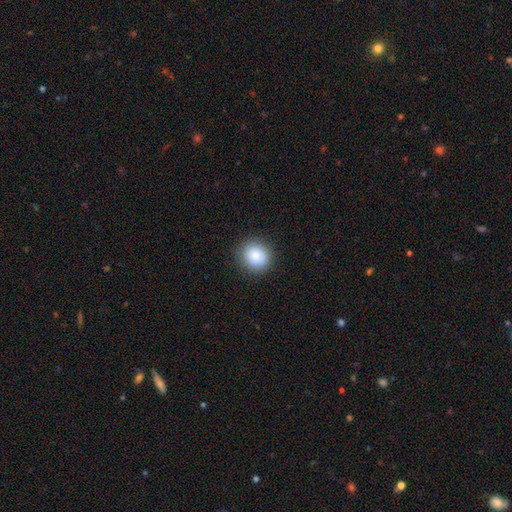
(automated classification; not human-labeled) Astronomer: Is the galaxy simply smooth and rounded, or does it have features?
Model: smooth — 85%.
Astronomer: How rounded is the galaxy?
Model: round — 87%.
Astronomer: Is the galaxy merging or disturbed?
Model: none — 88%.